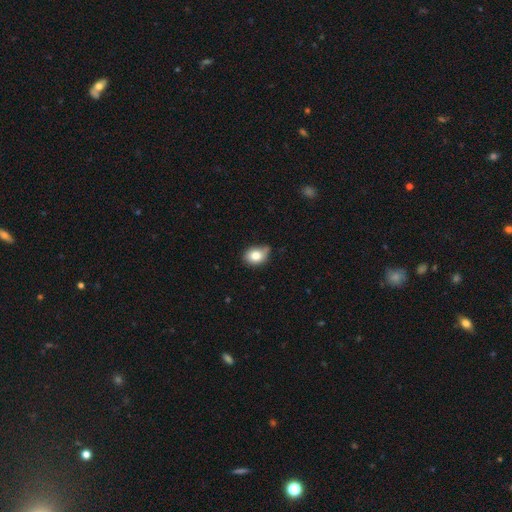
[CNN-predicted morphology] Smooth or featured? Predicted: smooth (p=0.82). How rounded? Predicted: in between (p=0.57). Merging? Predicted: none (p=0.57).